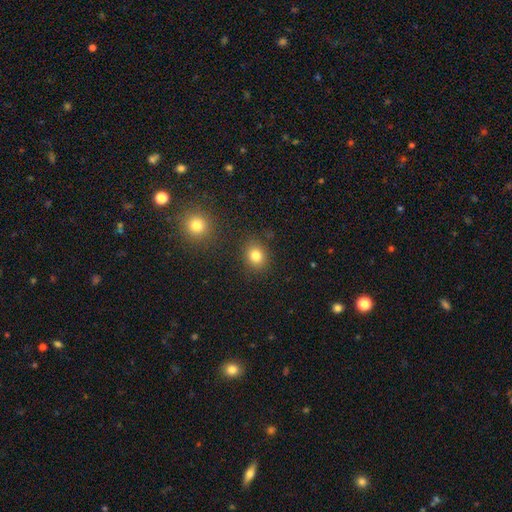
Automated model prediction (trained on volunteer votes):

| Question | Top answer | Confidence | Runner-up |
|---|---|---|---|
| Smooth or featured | smooth | 81% | star or artifact (12%) |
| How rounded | round | 64% | in between (35%) |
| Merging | none | 85% | minor disturbance (9%) |